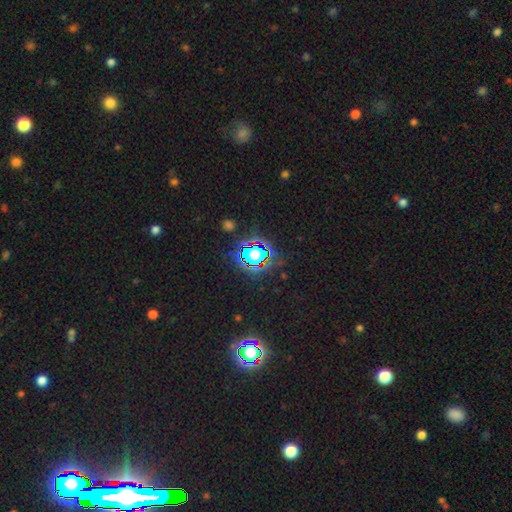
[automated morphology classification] star or artifact 80%, smooth 12%, featured or disk 7%.